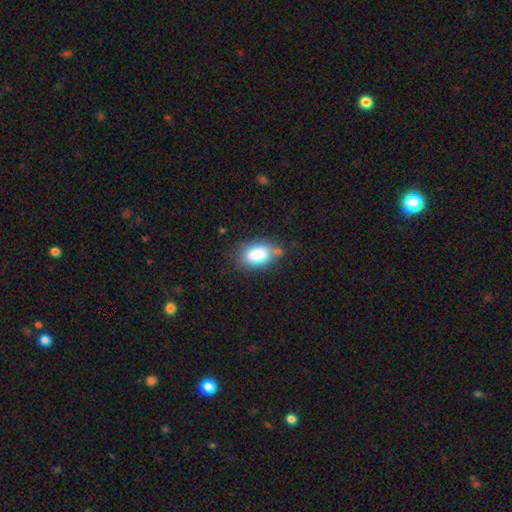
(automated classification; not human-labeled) Smooth or featured: smooth — 85% (star or artifact — 8%)
How rounded: in between — 88% (round — 10%)
Merging: none — 65% (minor disturbance — 20%)